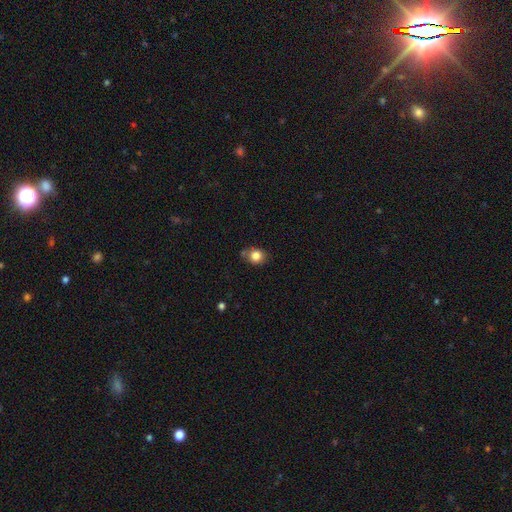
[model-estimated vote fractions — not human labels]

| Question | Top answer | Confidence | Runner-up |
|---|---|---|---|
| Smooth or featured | smooth | 83% | star or artifact (10%) |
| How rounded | round | 70% | in between (29%) |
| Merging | none | 70% | minor disturbance (19%) |